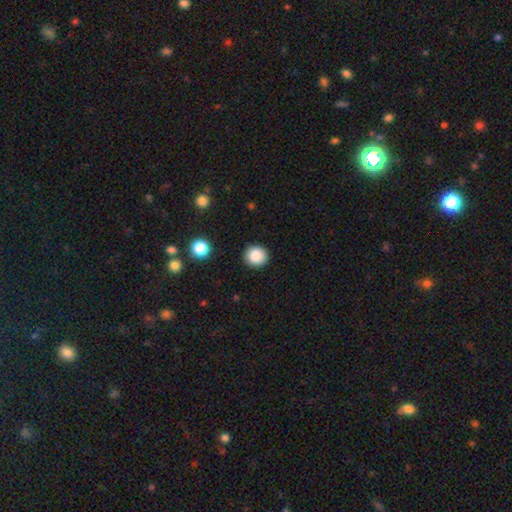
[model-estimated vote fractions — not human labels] Smooth or featured? smooth (87%)
How rounded? round (88%)
Merging? none (90%)